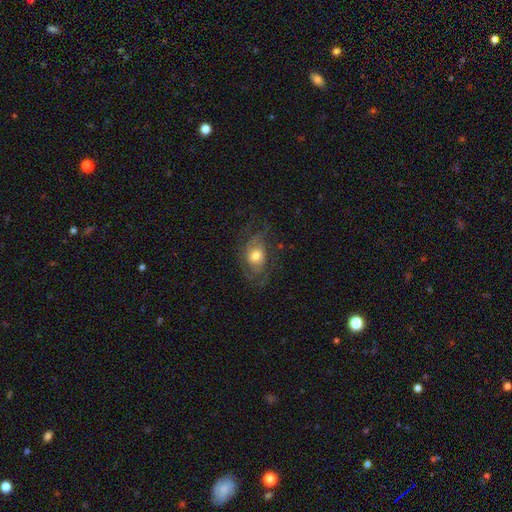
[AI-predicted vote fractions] Q: Smooth or featured?
A: featured or disk (60%); runner-up: smooth (31%)
Q: Edge-on disk?
A: no (94%); runner-up: yes (6%)
Q: Bar?
A: no (75%); runner-up: weak (21%)
Q: Spiral arms?
A: yes (78%); runner-up: no (22%)
Q: Bulge size?
A: moderate (66%); runner-up: large (17%)
Q: Merging?
A: none (55%); runner-up: major disturbance (23%)